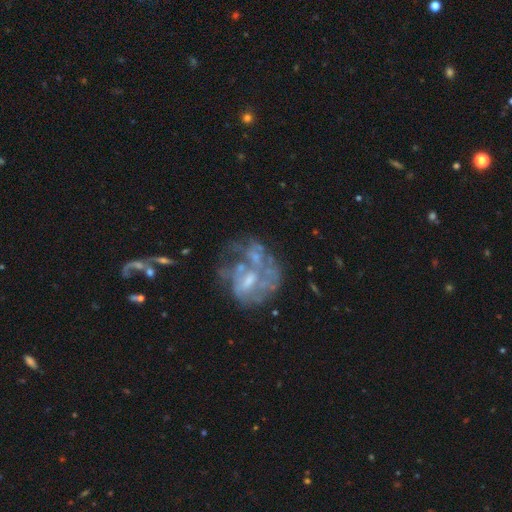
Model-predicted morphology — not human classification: Q: Smooth or featured?
A: featured or disk (68%); runner-up: smooth (19%)
Q: Edge-on disk?
A: no (98%); runner-up: yes (2%)
Q: Bar?
A: no (66%); runner-up: weak (27%)
Q: Spiral arms?
A: no (73%); runner-up: yes (27%)
Q: Bulge size?
A: moderate (35%); runner-up: small (31%)
Q: Merging?
A: none (34%); runner-up: major disturbance (32%)